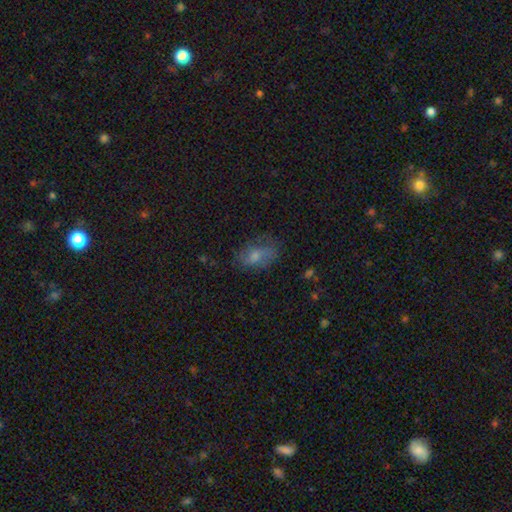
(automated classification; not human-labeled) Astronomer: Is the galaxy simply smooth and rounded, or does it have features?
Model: smooth — 52% (runner-up: featured or disk, 33%).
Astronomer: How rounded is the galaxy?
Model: in between — 82%.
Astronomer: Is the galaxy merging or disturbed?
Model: none — 65%.